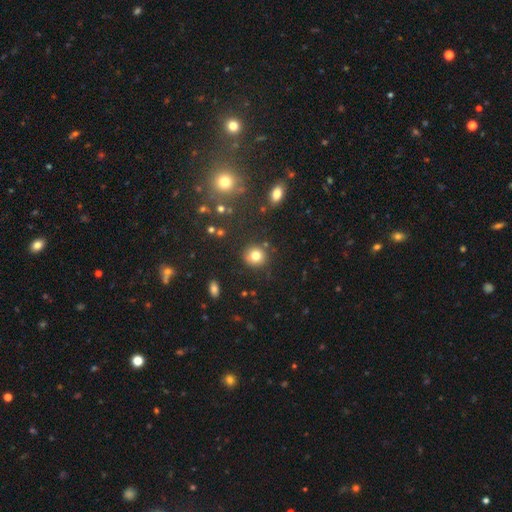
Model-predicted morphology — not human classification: smooth-or-featured: smooth: 80% | star or artifact: 12% | featured or disk: 8%
  how-rounded: round: 88% | in between: 11% | cigar-shaped: 1%
  merging: none: 85% | minor disturbance: 9% | merger: 3% | major disturbance: 3%